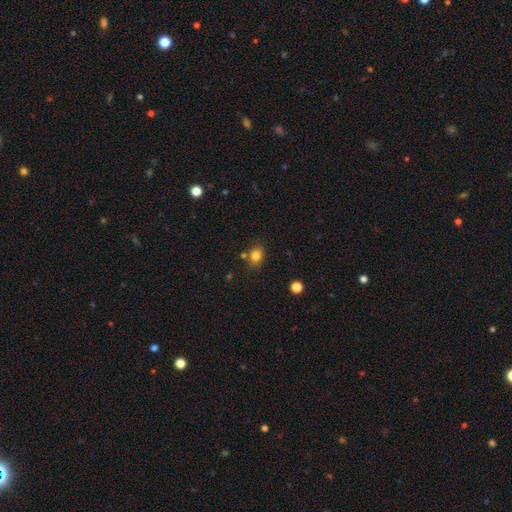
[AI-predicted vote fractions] smooth 80%, star or artifact 12%, featured or disk 8%. Down the decision tree: how rounded — round (50%); merging — none (74%).